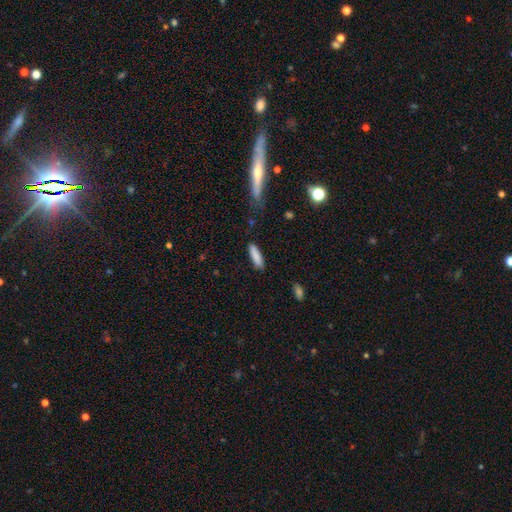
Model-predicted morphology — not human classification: smooth_or_featured: smooth (p=0.86) [alt: featured or disk p=0.08]
how_rounded: cigar-shaped (p=0.65) [alt: in between p=0.34]
merging: none (p=0.84) [alt: minor disturbance p=0.11]